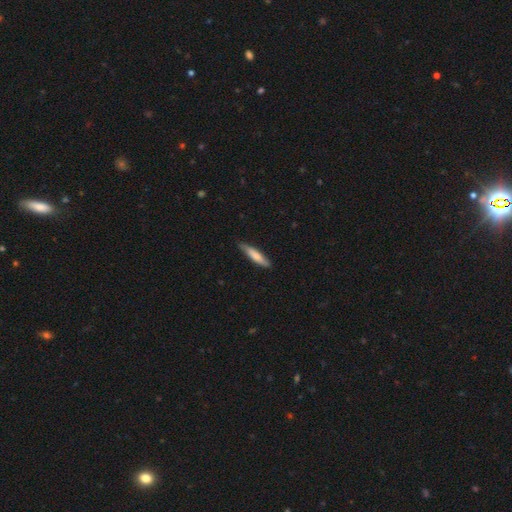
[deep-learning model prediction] This appears to be a smooth galaxy with no disk features (73%) that is cigar-shaped (83%). Merging: none (81%).